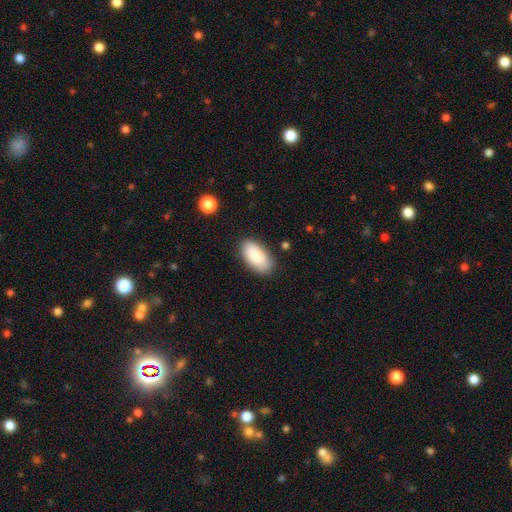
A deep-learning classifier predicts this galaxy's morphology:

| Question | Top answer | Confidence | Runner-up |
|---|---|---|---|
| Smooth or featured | smooth | 87% | featured or disk (7%) |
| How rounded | in between | 94% | cigar-shaped (3%) |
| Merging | none | 83% | minor disturbance (12%) |